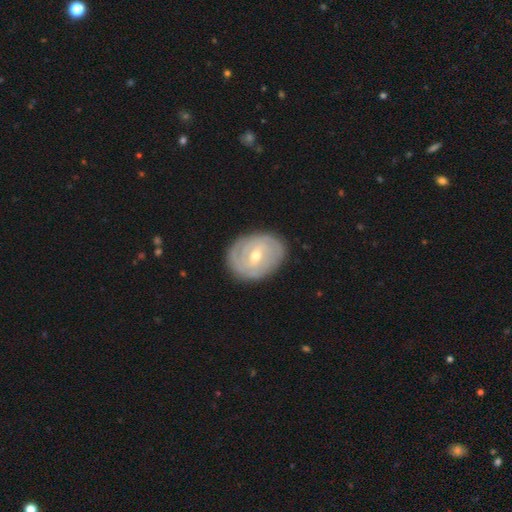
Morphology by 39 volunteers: type=featured or disk (74%); edge-on=no (100%); bar=no (45%); spiral arms=yes (72%); winding=tight (95%); arm count=can't tell (57%); bulge=moderate (66%); merging=none (87%).